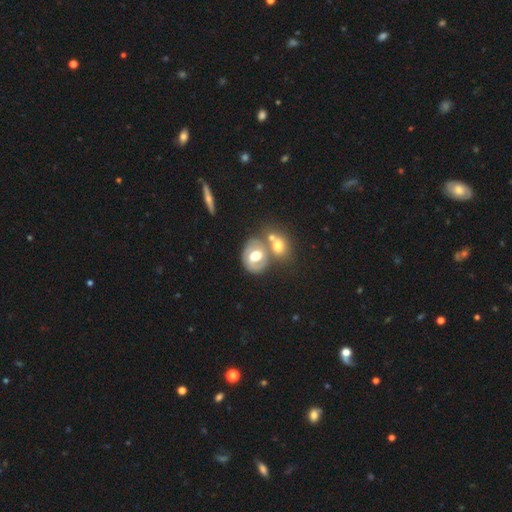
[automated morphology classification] Smooth or featured? Predicted: featured or disk (p=0.59). Edge-on disk? Predicted: no (p=0.95). Bar? Predicted: no (p=0.59). Spiral arms? Predicted: yes (p=0.55). Bulge size? Predicted: moderate (p=0.55). Merging? Predicted: none (p=0.42).